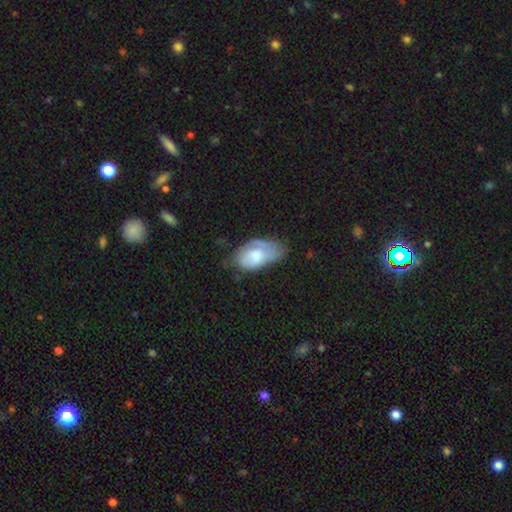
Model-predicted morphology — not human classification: A smooth galaxy with no disk features (54%) that is in between round and cigar-shaped (93%). Merging: minor disturbance (36%).